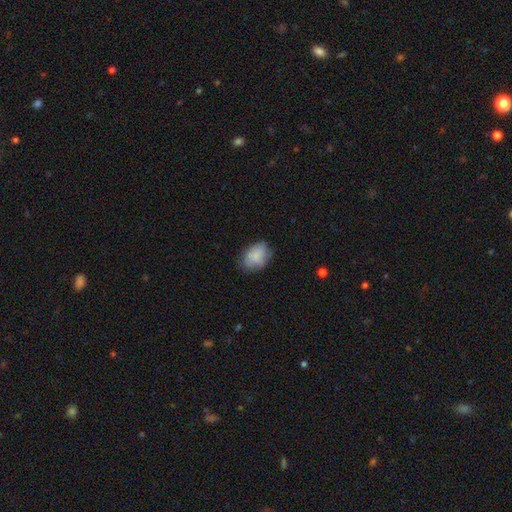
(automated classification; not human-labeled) A smooth galaxy with no disk features (81%) that is in between round and cigar-shaped (79%). Merging: none (66%).